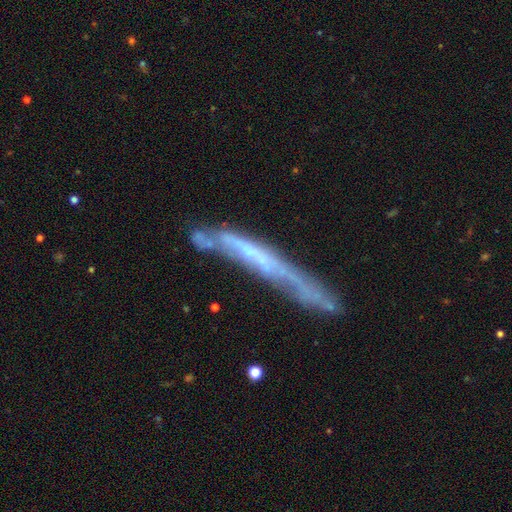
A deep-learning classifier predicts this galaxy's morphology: Q: Smooth or featured?
A: featured or disk (66%); runner-up: smooth (25%)
Q: Edge-on disk?
A: yes (79%); runner-up: no (21%)
Q: Edge-on bulge?
A: none (79%); runner-up: rounded (13%)
Q: Merging?
A: none (53%); runner-up: minor disturbance (25%)